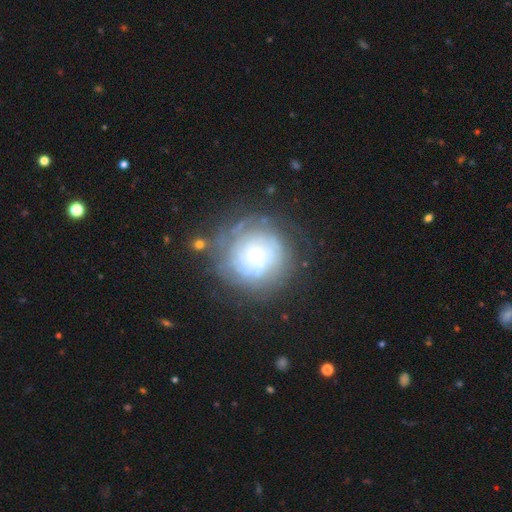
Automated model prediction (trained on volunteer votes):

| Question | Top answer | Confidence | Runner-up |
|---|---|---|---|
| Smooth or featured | featured or disk | 71% | smooth (20%) |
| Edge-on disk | no | 97% | yes (3%) |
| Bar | no | 84% | weak (13%) |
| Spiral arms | yes | 78% | no (22%) |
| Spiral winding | tight | 76% | medium (17%) |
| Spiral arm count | can't tell | 56% | 2 (12%) |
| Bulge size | small | 54% | moderate (39%) |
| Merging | none | 69% | minor disturbance (18%) |